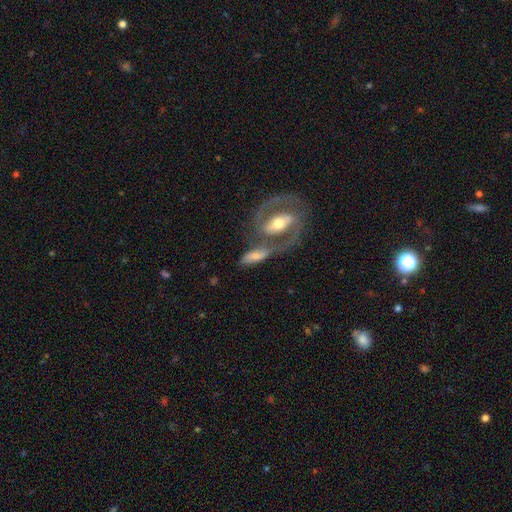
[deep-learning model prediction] Smooth or featured? featured or disk (59%)
Edge-on disk? no (79%)
Merging? none (42%)